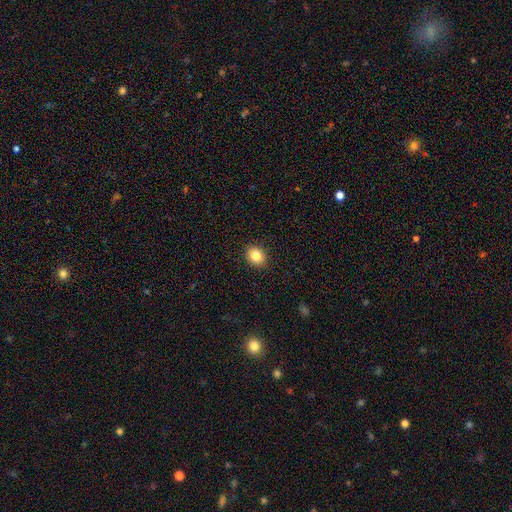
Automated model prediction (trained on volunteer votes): Smooth or featured: smooth — 83% (star or artifact — 10%)
How rounded: round — 62% (in between — 37%)
Merging: none — 90% (minor disturbance — 7%)